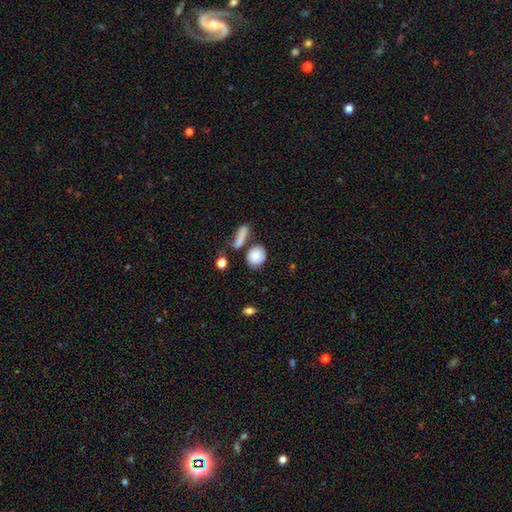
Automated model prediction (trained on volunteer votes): This appears to be a smooth galaxy with no disk features (84%) that is round (69%). Merging: none (66%).